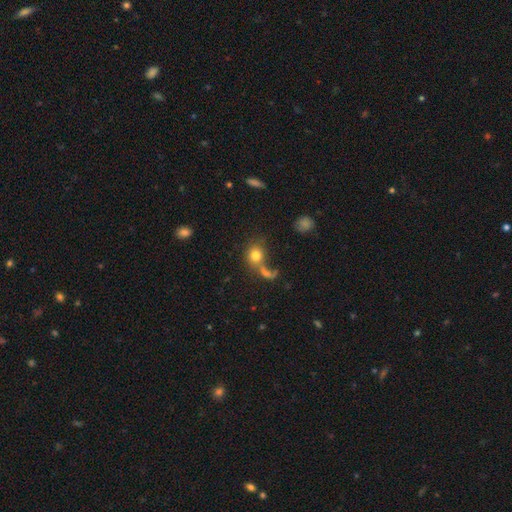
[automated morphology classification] A smooth galaxy with no disk features (77%) that is round (76%). Merging: none (45%).